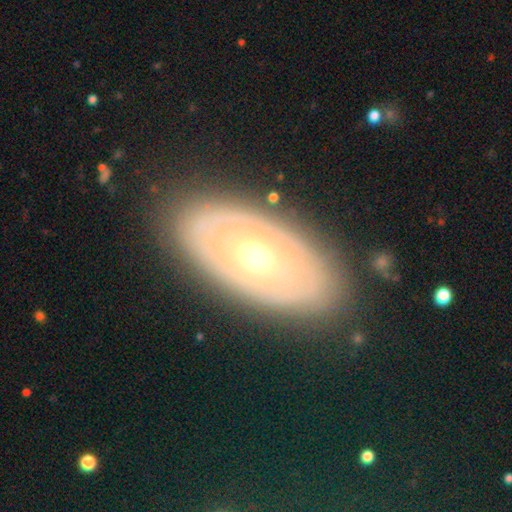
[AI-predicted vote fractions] Smooth or featured? Predicted: featured or disk (p=0.69). Edge-on disk? Predicted: no (p=0.90). Bar? Predicted: no (p=0.76). Spiral arms? Predicted: no (p=0.71). Bulge size? Predicted: moderate (p=0.53). Merging? Predicted: none (p=0.83).